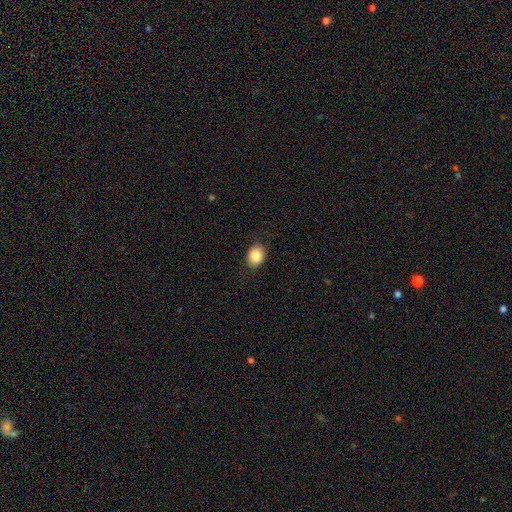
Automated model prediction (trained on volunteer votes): A smooth galaxy with no disk features (86%) that is in between round and cigar-shaped (60%).

Vote fractions:
- Smooth or featured? smooth: 86% / star or artifact: 8% / featured or disk: 6%
- How rounded? in between: 60% / round: 39% / cigar-shaped: 1%
- Merging? none: 83% / minor disturbance: 13% / major disturbance: 3% / merger: 1%